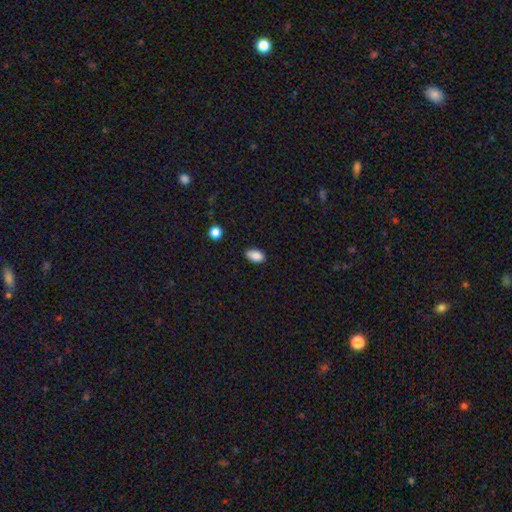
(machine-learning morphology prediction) Smooth or featured?
  - smooth: 85% *
  - star or artifact: 9%
  - featured or disk: 6%
How rounded?
  - in between: 90% *
  - round: 8%
  - cigar-shaped: 2%
Merging?
  - none: 74% *
  - minor disturbance: 21%
  - major disturbance: 3%
  - merger: 2%